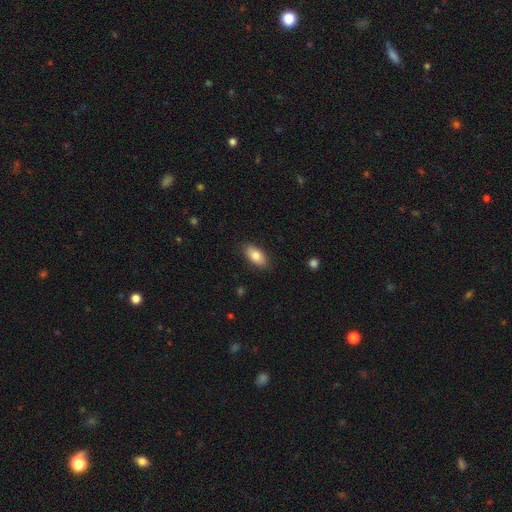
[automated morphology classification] Overall: smooth (80%). How rounded: in between (92%). Merging: none (87%).